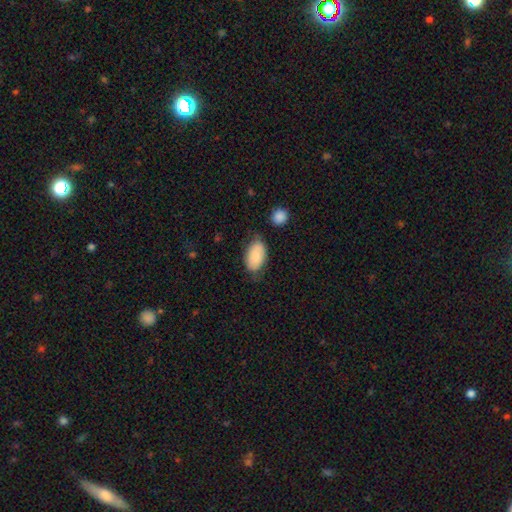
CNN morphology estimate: Smooth or featured? Predicted: smooth (p=0.82). How rounded? Predicted: in between (p=0.94). Merging? Predicted: none (p=0.63).